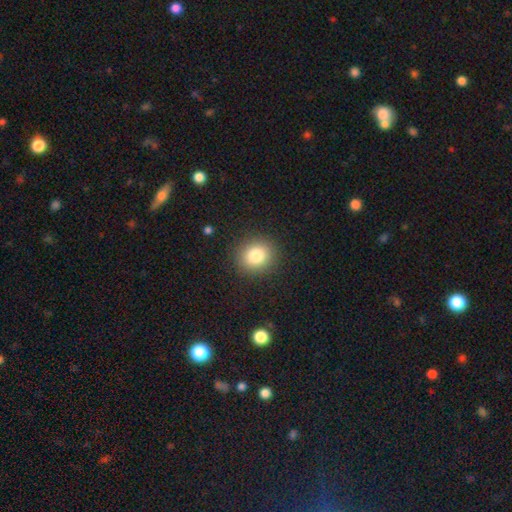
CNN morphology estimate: smooth-or-featured: smooth: 81% | star or artifact: 11% | featured or disk: 8%
  how-rounded: round: 83% | in between: 16% | cigar-shaped: 1%
  merging: none: 90% | minor disturbance: 7% | major disturbance: 2% | merger: 1%